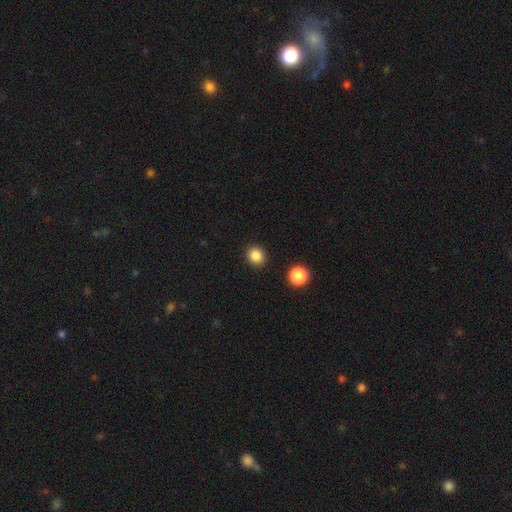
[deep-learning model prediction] Morphology: type=smooth (86%); roundness=round (81%); merging=none (90%).